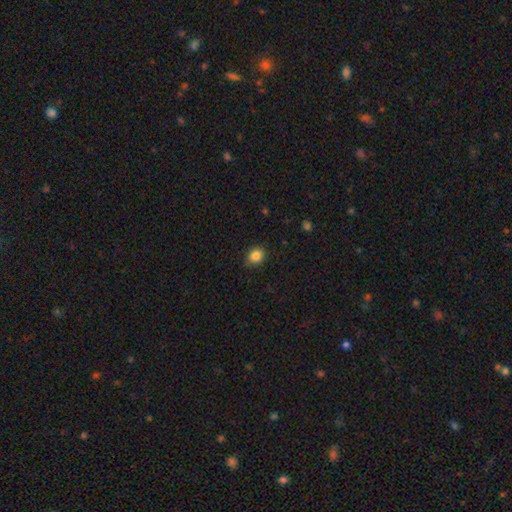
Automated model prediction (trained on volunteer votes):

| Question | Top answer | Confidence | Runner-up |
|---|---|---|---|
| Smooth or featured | smooth | 86% | star or artifact (10%) |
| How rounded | round | 75% | in between (24%) |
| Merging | none | 82% | minor disturbance (14%) |